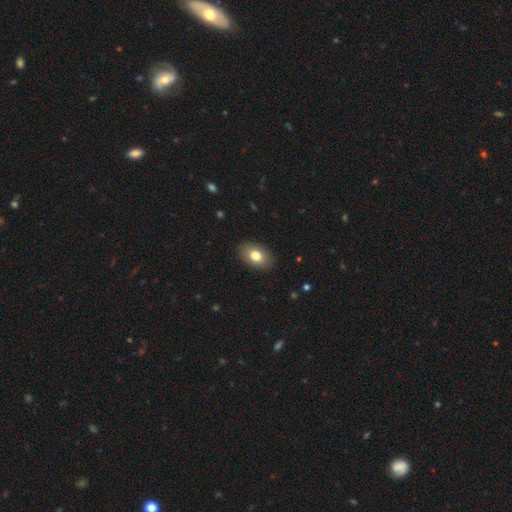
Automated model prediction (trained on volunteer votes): Smooth or featured? Predicted: smooth (p=0.79). How rounded? Predicted: in between (p=0.85). Merging? Predicted: none (p=0.89).